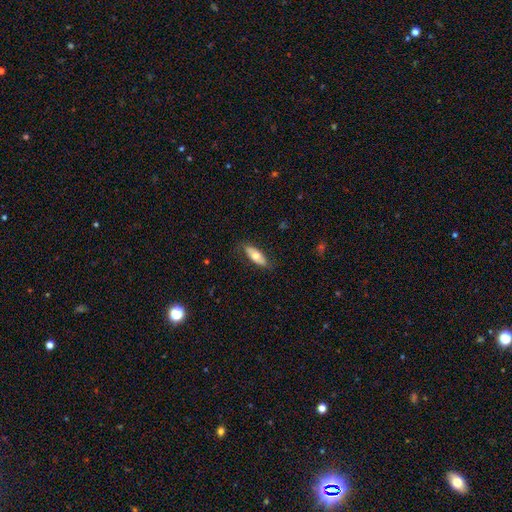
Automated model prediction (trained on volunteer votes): smooth_or_featured: smooth (p=0.63) [alt: featured or disk p=0.31]
how_rounded: in between (p=0.76) [alt: cigar-shaped p=0.22]
merging: none (p=0.79) [alt: minor disturbance p=0.16]